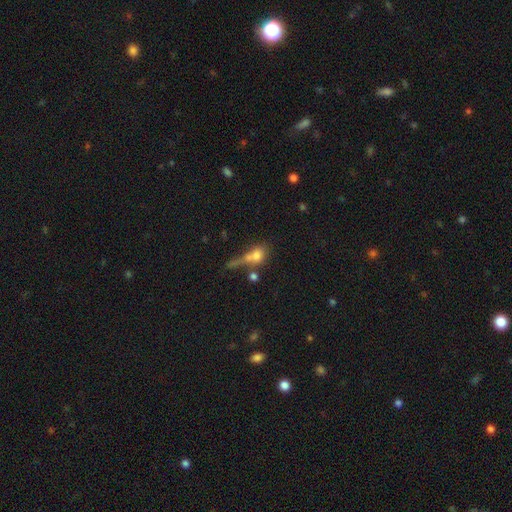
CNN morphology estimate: type=smooth (65%); roundness=in between (45%, tied with round); merging=merger (40%).